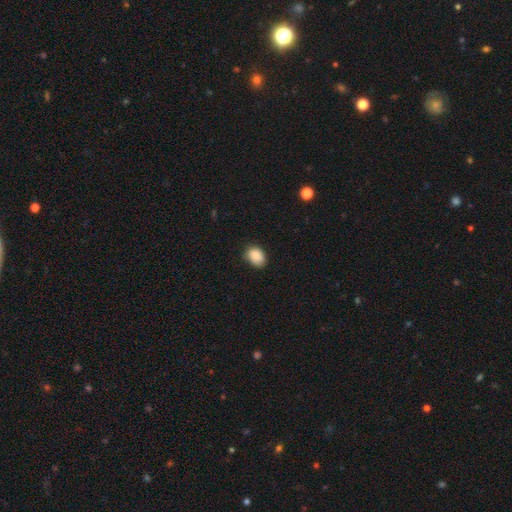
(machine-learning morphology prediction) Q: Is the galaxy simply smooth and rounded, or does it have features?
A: smooth — 86%.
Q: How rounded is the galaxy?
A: in between — 73%.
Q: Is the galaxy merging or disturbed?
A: none — 70%.